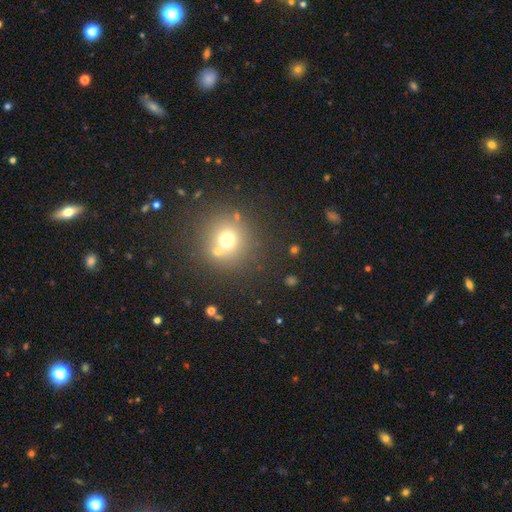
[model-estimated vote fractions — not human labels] smooth 53%, star or artifact 35%, featured or disk 11%. Down the decision tree: how rounded — round (89%); merging — none (83%).